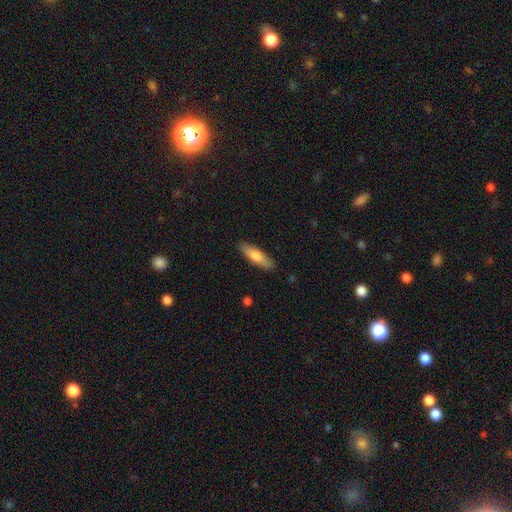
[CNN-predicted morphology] A smooth galaxy with no disk features (73%) that is cigar-shaped (62%). Merging: none (87%).